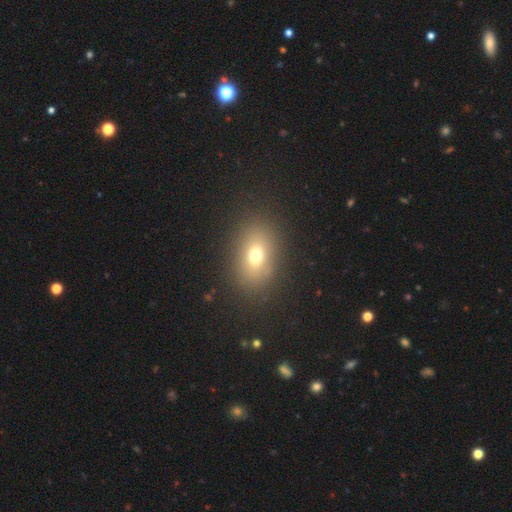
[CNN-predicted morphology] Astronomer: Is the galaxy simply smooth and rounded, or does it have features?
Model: smooth — 70%.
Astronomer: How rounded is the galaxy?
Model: in between — 71%.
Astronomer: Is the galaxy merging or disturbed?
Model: none — 85%.